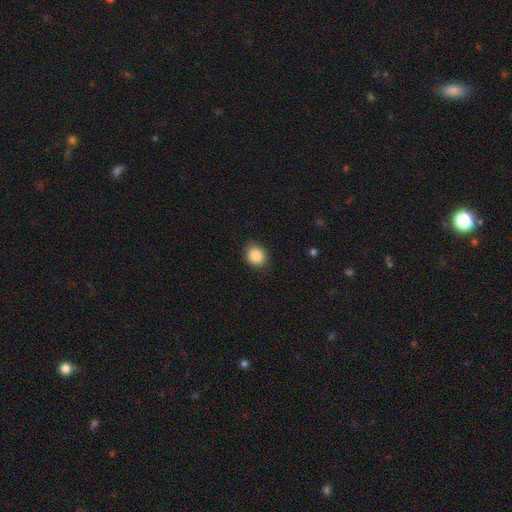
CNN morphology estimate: A smooth galaxy with no disk features (86%) that is round (66%).

Vote fractions:
- Smooth or featured? smooth: 86% / star or artifact: 9% / featured or disk: 5%
- How rounded? round: 66% / in between: 33% / cigar-shaped: 1%
- Merging? none: 88% / minor disturbance: 9% / major disturbance: 2% / merger: 1%